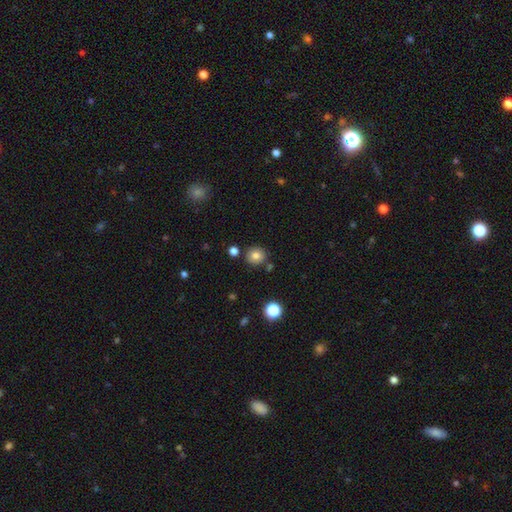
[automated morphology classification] Smooth or featured? Predicted: smooth (p=0.80). How rounded? Predicted: round (p=0.90). Merging? Predicted: none (p=0.83).